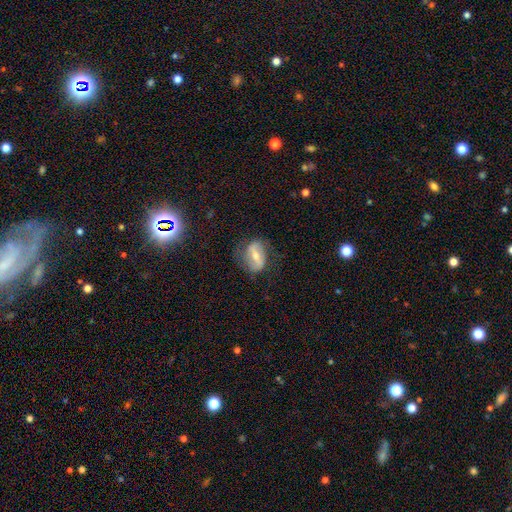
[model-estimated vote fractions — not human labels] smooth_or_featured: featured or disk (p=0.64) [alt: smooth p=0.29]
disk_edge_on: no (p=0.91) [alt: yes p=0.09]
bar: strong (p=0.61) [alt: weak p=0.27]
has_spiral_arms: yes (p=0.65) [alt: no p=0.35]
bulge_size: moderate (p=0.53) [alt: small p=0.40]
merging: none (p=0.66) [alt: minor disturbance p=0.21]